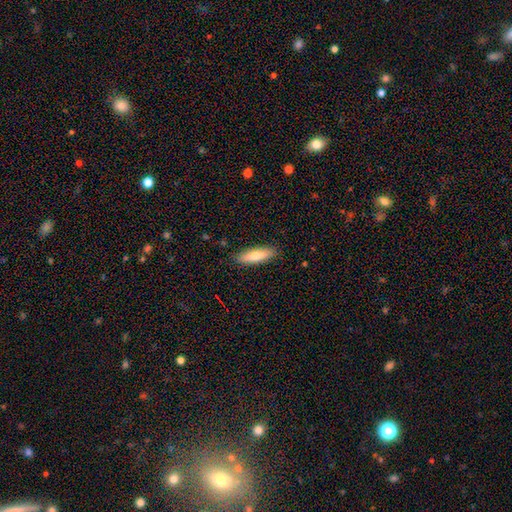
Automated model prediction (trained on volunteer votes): A smooth galaxy with no disk features (74%) that is cigar-shaped (60%).

Vote fractions:
- Smooth or featured? smooth: 74% / featured or disk: 20% / star or artifact: 6%
- How rounded? cigar-shaped: 60% / in between: 38% / round: 2%
- Merging? none: 88% / minor disturbance: 9% / major disturbance: 2% / merger: 1%